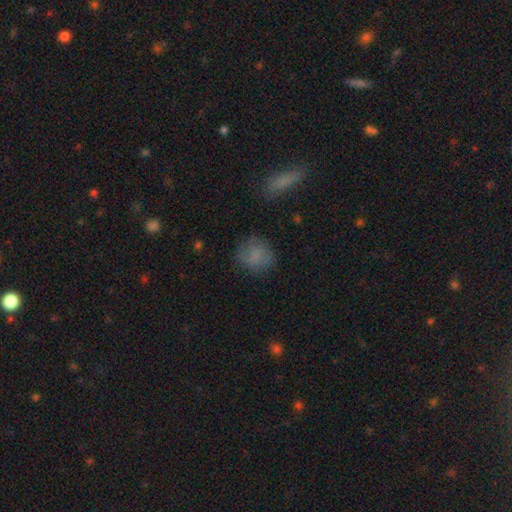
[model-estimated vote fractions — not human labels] Smooth or featured?
  - smooth: 78% *
  - featured or disk: 11%
  - star or artifact: 11%
How rounded?
  - round: 79% *
  - in between: 20%
  - cigar-shaped: 1%
Merging?
  - none: 75% *
  - minor disturbance: 17%
  - major disturbance: 7%
  - merger: 2%